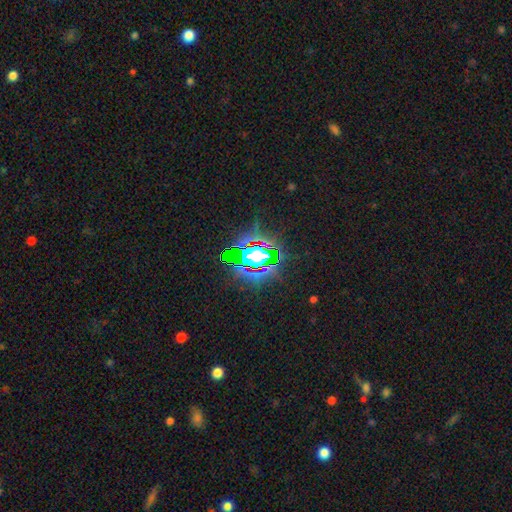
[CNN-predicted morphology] The model was most divided on "smooth or featured": star or artifact: 69%, smooth: 16%, featured or disk: 14%.